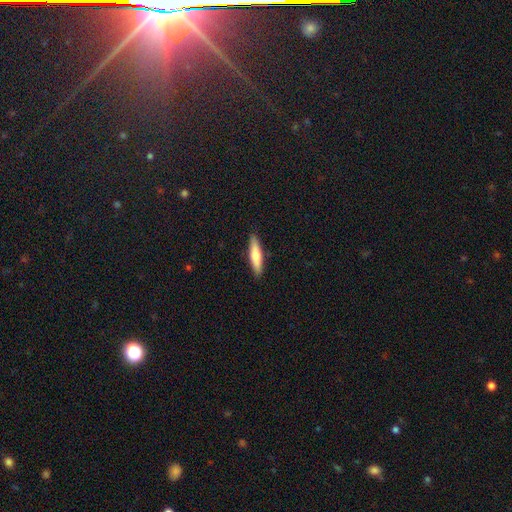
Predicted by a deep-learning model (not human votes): Smooth or featured? smooth (63%)
How rounded? cigar-shaped (79%)
Merging? none (90%)